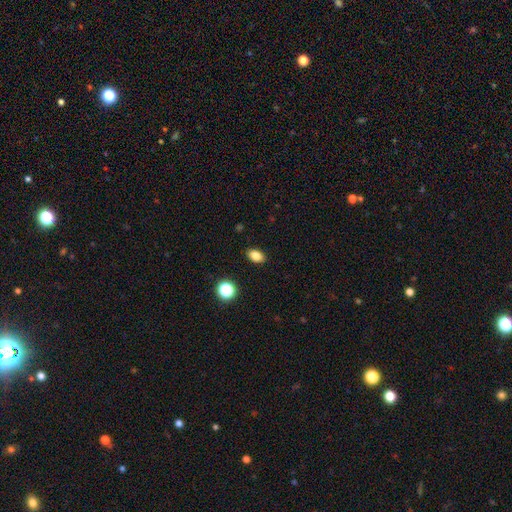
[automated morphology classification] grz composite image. It shows a smooth galaxy with no disk features (83%) that is in between round and cigar-shaped (86%). Merging: none (89%).